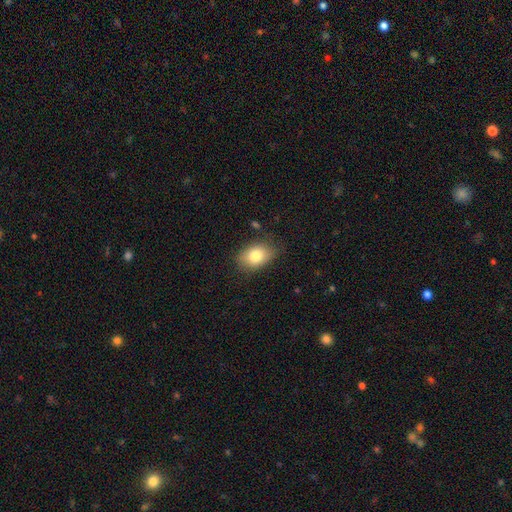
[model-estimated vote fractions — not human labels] Smooth or featured? Predicted: smooth (p=0.80). How rounded? Predicted: in between (p=0.81). Merging? Predicted: none (p=0.79).